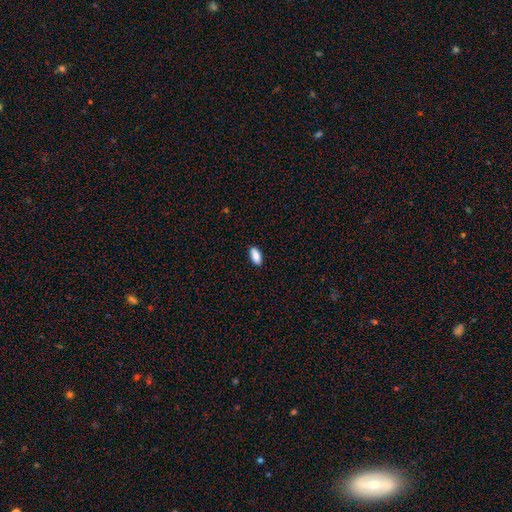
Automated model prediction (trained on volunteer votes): smooth-or-featured: smooth: 88% | star or artifact: 7% | featured or disk: 5%
  how-rounded: in between: 87% | cigar-shaped: 10% | round: 2%
  merging: none: 87% | minor disturbance: 10% | major disturbance: 2% | merger: 1%